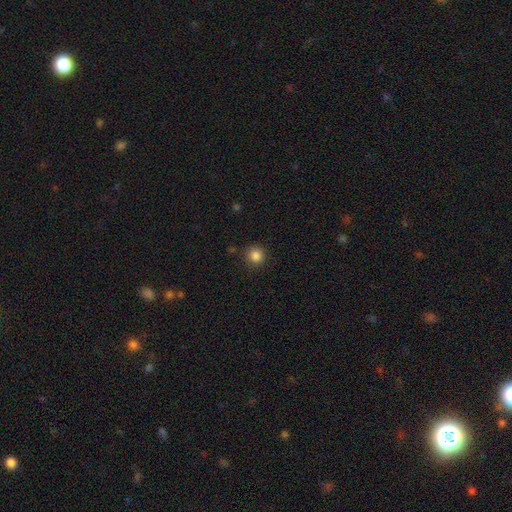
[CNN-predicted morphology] The model was most divided on "smooth or featured": smooth: 85%, star or artifact: 11%, featured or disk: 4%. More confident: how rounded — round (94%); merging — none (88%).